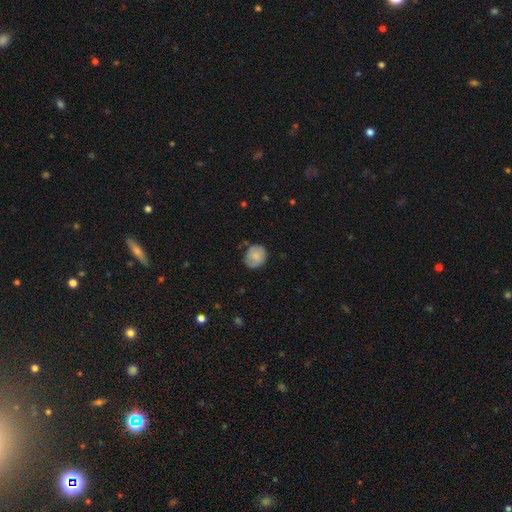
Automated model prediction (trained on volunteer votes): smooth 76%, featured or disk 17%, star or artifact 7%. Down the decision tree: how rounded — round (74%); merging — none (70%).